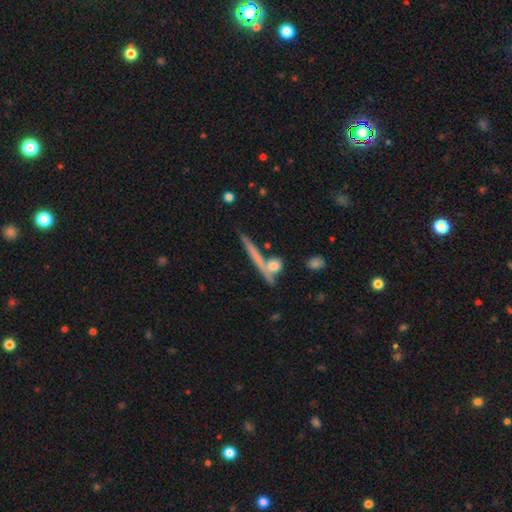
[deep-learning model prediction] Morphology: type=smooth (48%); merging=none (70%).